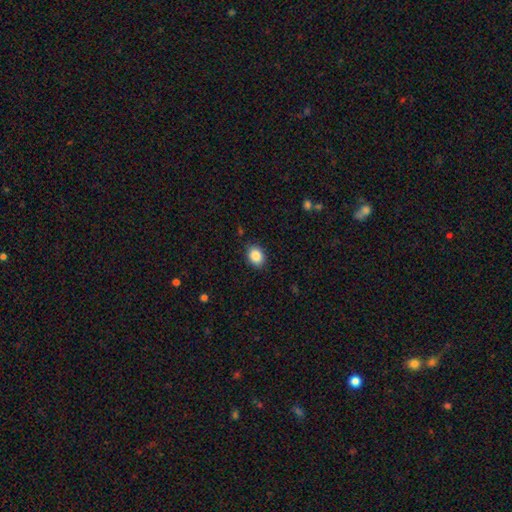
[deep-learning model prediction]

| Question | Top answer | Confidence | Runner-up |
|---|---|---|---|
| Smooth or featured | smooth | 87% | star or artifact (8%) |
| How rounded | in between | 61% | round (38%) |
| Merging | none | 87% | minor disturbance (9%) |